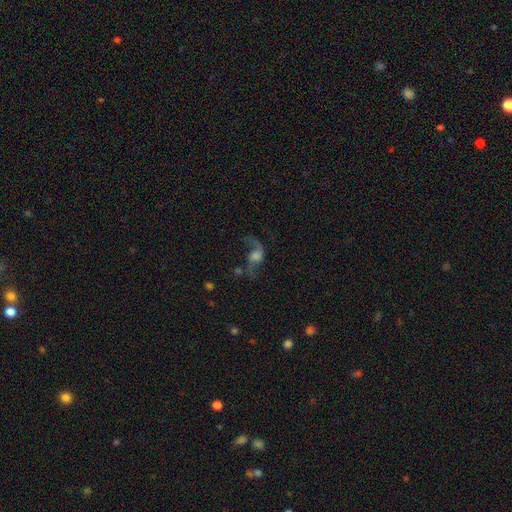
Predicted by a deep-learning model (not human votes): The model was most divided on "bulge size": moderate: 30%, large: 27%, small: 18%, none: 18%, dominant: 6%. More confident: edge-on disk — no (95%); spiral arms — yes (92%); spiral winding — loose (86%); spiral arm count — 2 (82%); smooth or featured — featured or disk (77%); bar — no (59%); merging — none (52%).